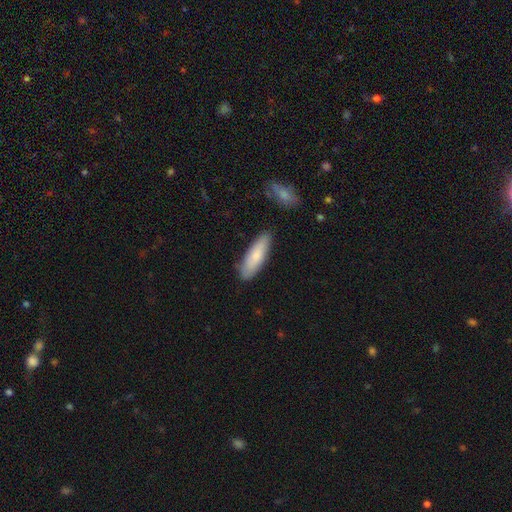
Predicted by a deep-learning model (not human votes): smooth-or-featured: smooth: 78% | featured or disk: 17% | star or artifact: 5%
  how-rounded: cigar-shaped: 53% | in between: 45% | round: 2%
  merging: none: 84% | minor disturbance: 12% | merger: 2% | major disturbance: 2%